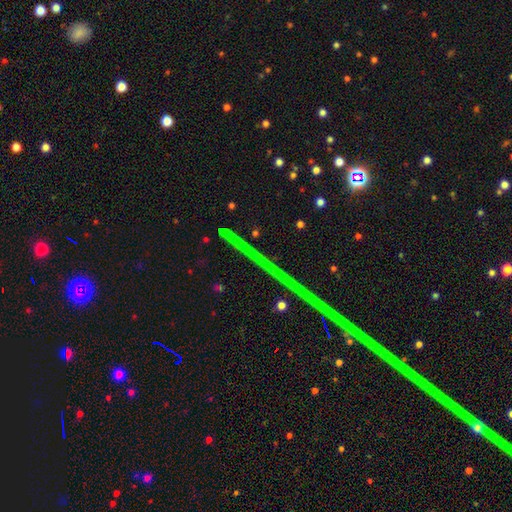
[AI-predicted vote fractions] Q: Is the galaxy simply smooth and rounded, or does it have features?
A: star or artifact — 84%.